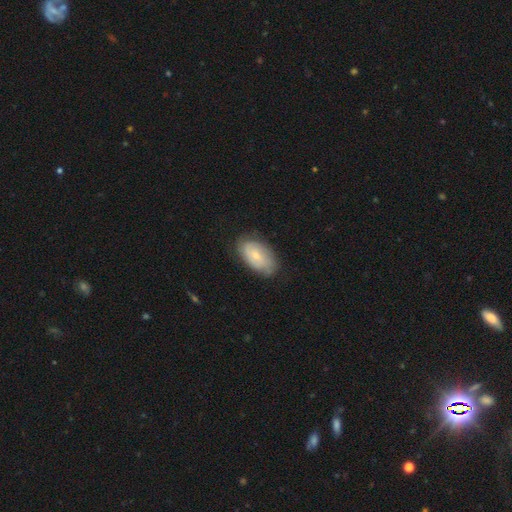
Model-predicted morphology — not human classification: smooth 50%, featured or disk 43%, star or artifact 7%. Down the decision tree: how rounded — in between (92%); merging — none (75%).